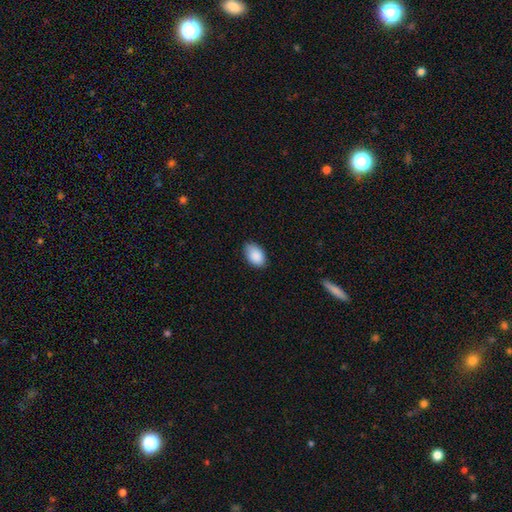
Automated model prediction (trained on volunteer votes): Smooth or featured: smooth — 90% (star or artifact — 7%)
How rounded: in between — 90% (round — 9%)
Merging: none — 79% (minor disturbance — 17%)